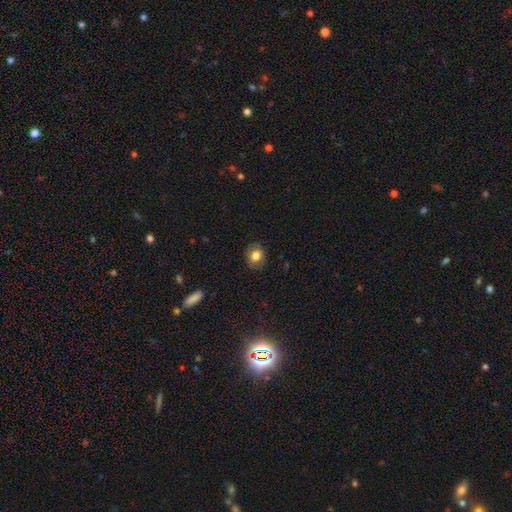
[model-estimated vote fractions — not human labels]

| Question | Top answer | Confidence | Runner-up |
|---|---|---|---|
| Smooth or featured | smooth | 77% | featured or disk (14%) |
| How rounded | round | 54% | in between (45%) |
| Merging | none | 84% | minor disturbance (12%) |